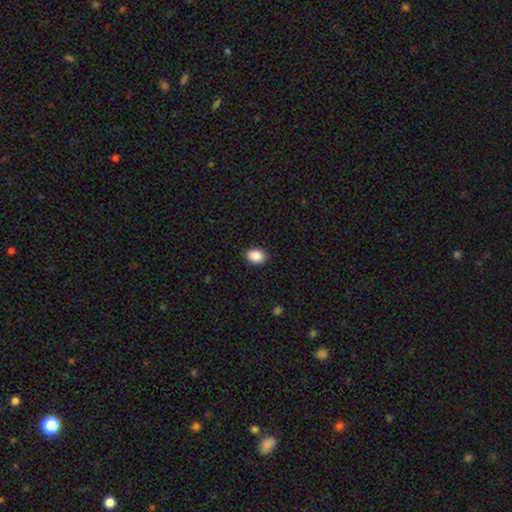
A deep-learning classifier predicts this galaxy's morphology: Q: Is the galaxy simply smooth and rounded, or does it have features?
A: smooth — 88%.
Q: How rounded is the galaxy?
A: in between — 69%.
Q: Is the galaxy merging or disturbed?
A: none — 90%.